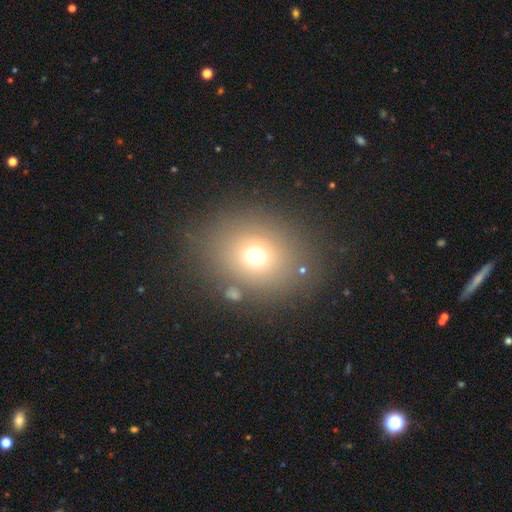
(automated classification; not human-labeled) smooth_or_featured: smooth (p=0.68) [alt: star or artifact p=0.18]
how_rounded: round (p=0.55) [alt: in between p=0.44]
merging: none (p=0.79) [alt: minor disturbance p=0.11]